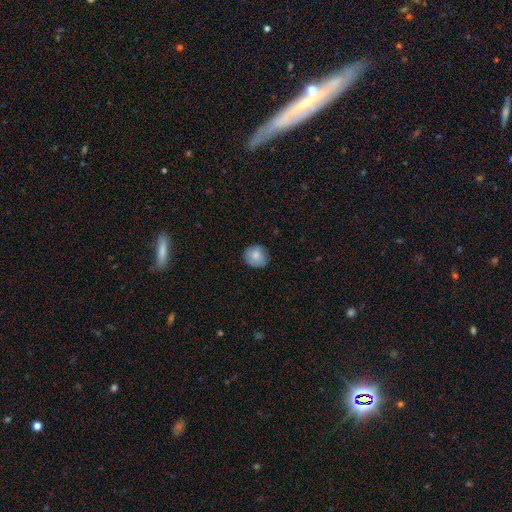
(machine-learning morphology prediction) smooth 82%, featured or disk 10%, star or artifact 8%. Down the decision tree: how rounded — round (88%); merging — none (85%).